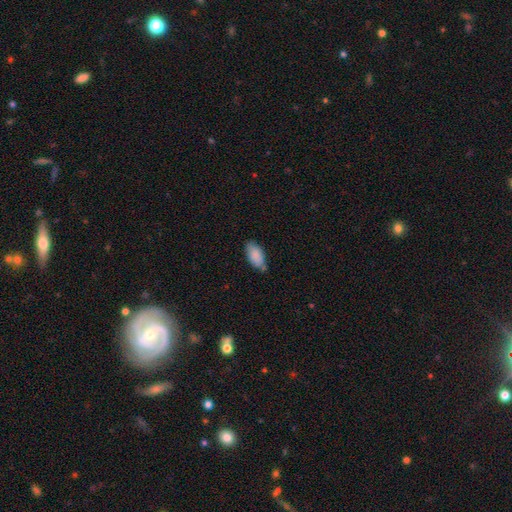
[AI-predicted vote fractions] Smooth or featured?
  - smooth: 86% *
  - featured or disk: 8%
  - star or artifact: 6%
How rounded?
  - in between: 91% *
  - cigar-shaped: 6%
  - round: 2%
Merging?
  - none: 63% *
  - minor disturbance: 28%
  - major disturbance: 5%
  - merger: 4%